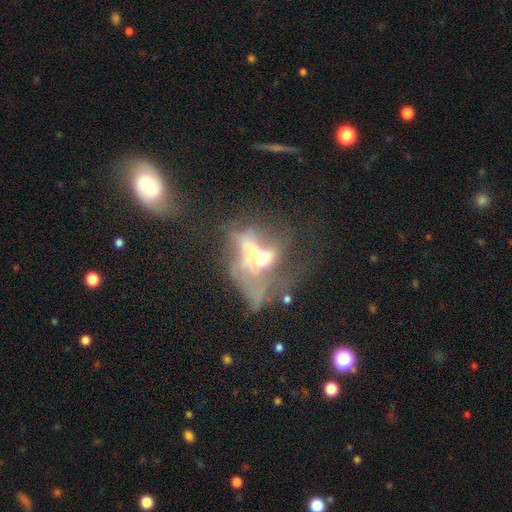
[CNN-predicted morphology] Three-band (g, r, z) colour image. It shows a featured or disk galaxy (59%) with no bar (79%), no spiral arms (83%) and a moderate central bulge (51%). Merging: merger (47%).